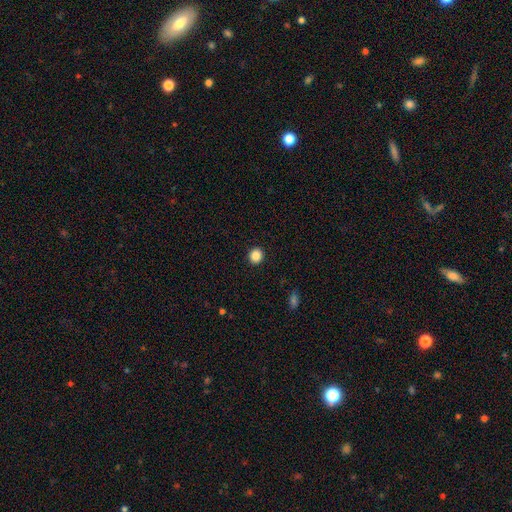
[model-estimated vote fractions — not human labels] smooth 86%, star or artifact 10%, featured or disk 3%. Down the decision tree: how rounded — round (88%); merging — none (93%).